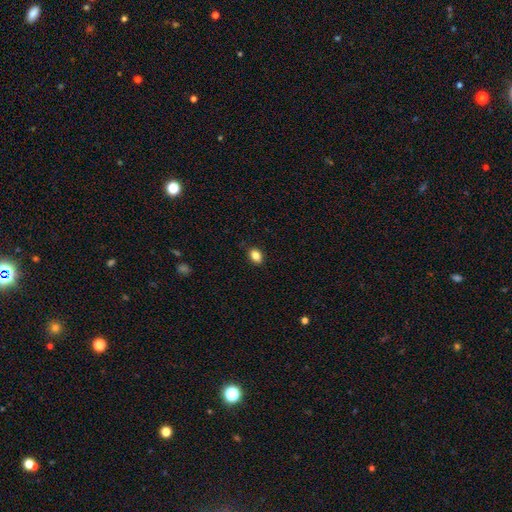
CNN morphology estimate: Smooth or featured? smooth (85%)
How rounded? in between (75%)
Merging? none (89%)